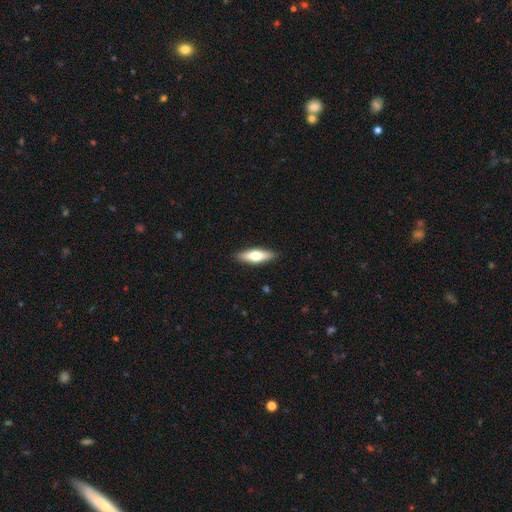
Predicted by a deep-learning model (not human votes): Smooth or featured? smooth (59%)
How rounded? cigar-shaped (53%)
Merging? none (90%)